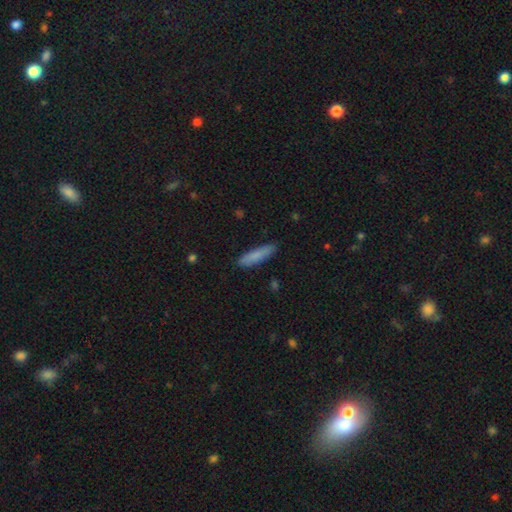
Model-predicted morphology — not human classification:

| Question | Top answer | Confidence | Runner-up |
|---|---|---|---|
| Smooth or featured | smooth | 84% | featured or disk (11%) |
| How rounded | cigar-shaped | 79% | in between (19%) |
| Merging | none | 86% | minor disturbance (11%) |